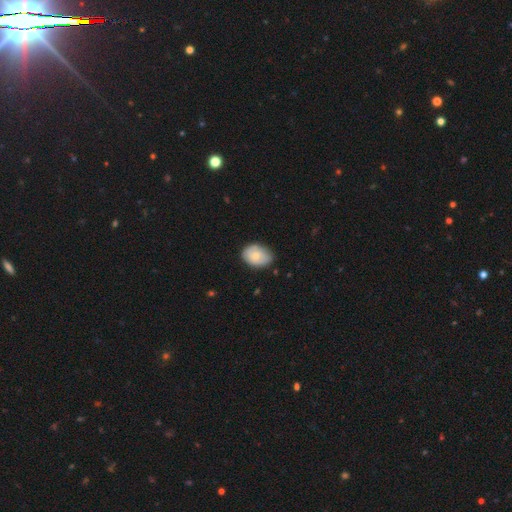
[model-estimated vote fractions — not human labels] Q: Smooth or featured?
A: smooth (72%); runner-up: featured or disk (22%)
Q: How rounded?
A: in between (75%); runner-up: round (24%)
Q: Merging?
A: none (72%); runner-up: minor disturbance (23%)